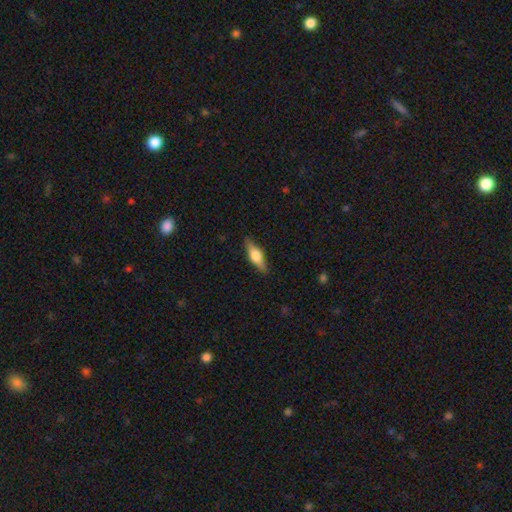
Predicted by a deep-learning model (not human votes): A featured or disk galaxy (51%) viewed edge-on (94%).

Vote fractions:
- Smooth or featured? featured or disk: 51% / smooth: 42% / star or artifact: 7%
- Edge-on disk? yes: 94% / no: 6%
- Merging? none: 87% / minor disturbance: 10% / major disturbance: 2% / merger: 1%